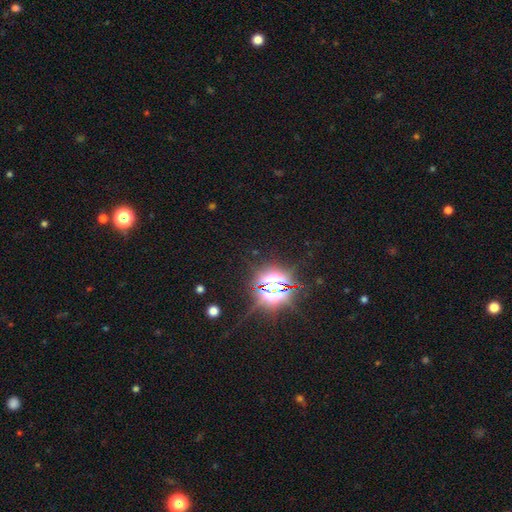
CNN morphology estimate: Overall: star or artifact (83%).